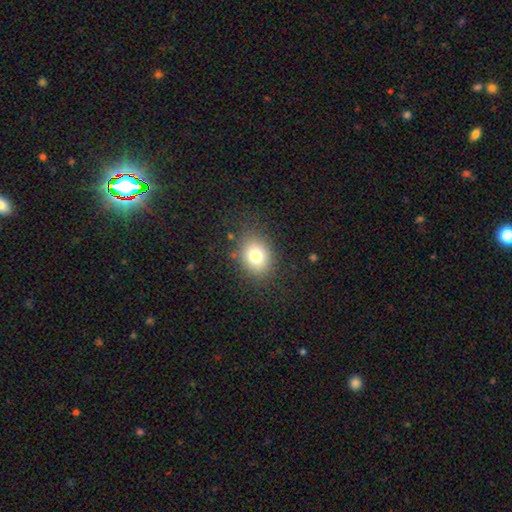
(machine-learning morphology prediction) A smooth galaxy with no disk features (77%) that is in between round and cigar-shaped (51%). Merging: none (83%).